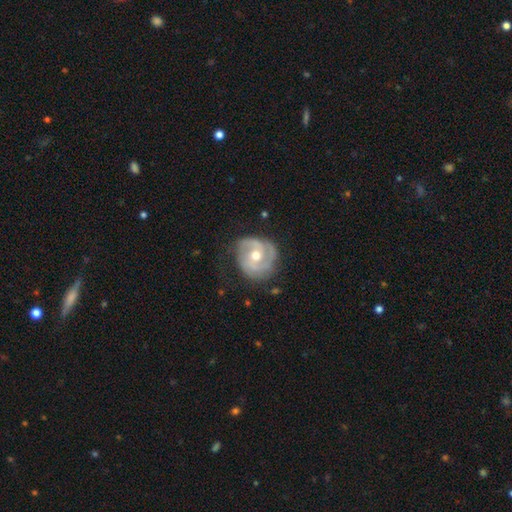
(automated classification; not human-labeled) This appears to be a featured or disk galaxy (79%) with no bar (63%), 2 (42%) tight (50%) spiral arms (90%) and a moderate central bulge (77%). Merging: none (69%).